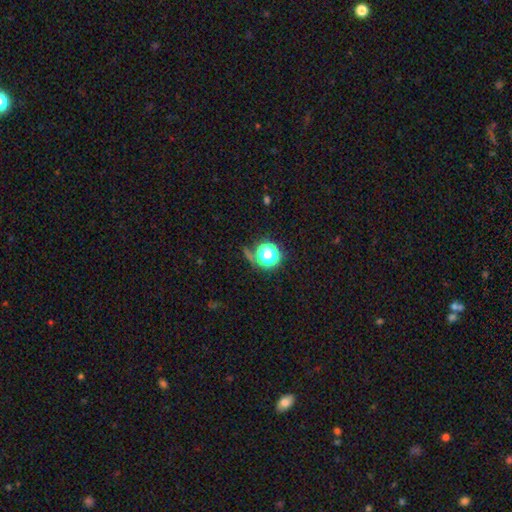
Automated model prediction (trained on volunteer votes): A star or artifact, not a galaxy (66%).